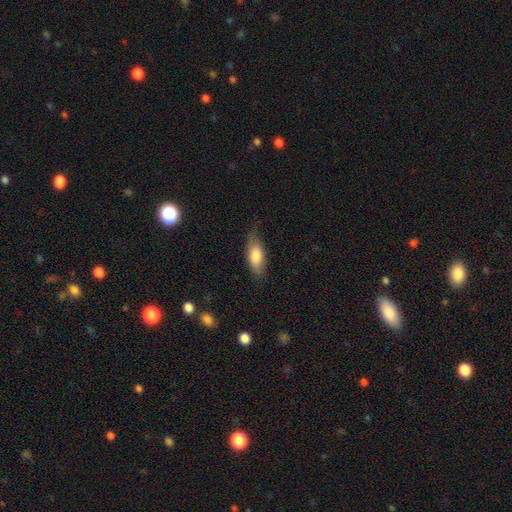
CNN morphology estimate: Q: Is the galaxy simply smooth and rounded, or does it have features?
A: smooth — 78%.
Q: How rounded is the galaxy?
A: in between — 78%.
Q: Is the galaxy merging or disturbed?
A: none — 69%.